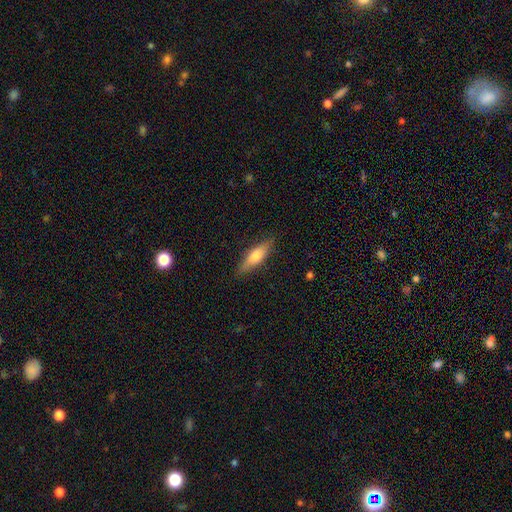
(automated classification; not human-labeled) A smooth galaxy with no disk features (69%) that is cigar-shaped (53%).

Vote fractions:
- Smooth or featured? smooth: 69% / featured or disk: 25% / star or artifact: 6%
- How rounded? cigar-shaped: 53% / in between: 45% / round: 2%
- Merging? none: 84% / minor disturbance: 12% / major disturbance: 2% / merger: 1%